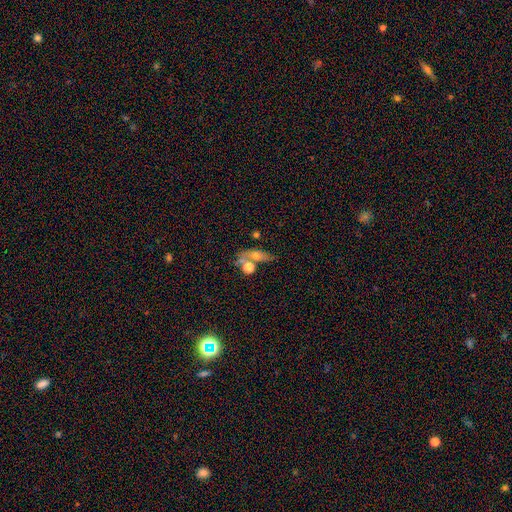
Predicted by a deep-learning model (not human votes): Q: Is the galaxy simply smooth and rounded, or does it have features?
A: smooth — 44%.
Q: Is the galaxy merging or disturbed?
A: none — 42%.